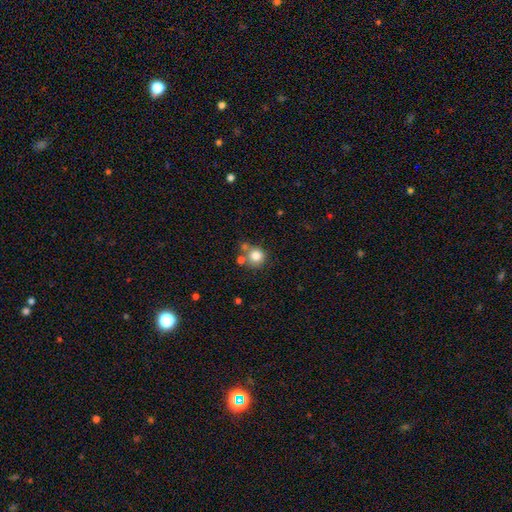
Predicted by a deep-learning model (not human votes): This is clearly a smooth galaxy (80%). How rounded: clearly round (91%). Merging: likely none (62%).